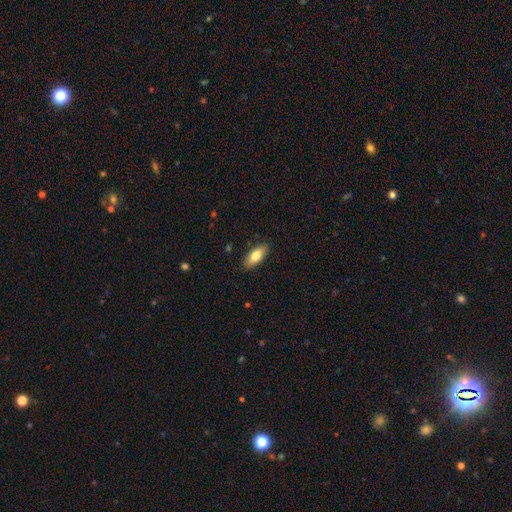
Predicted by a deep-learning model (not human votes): This is likely a smooth galaxy (79%). How rounded: likely in between (80%). Merging: clearly none (88%).